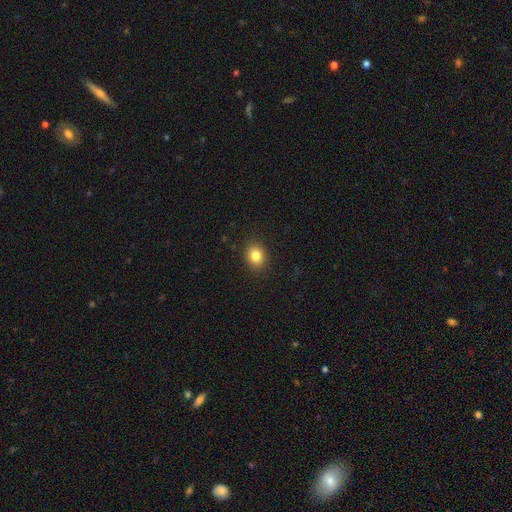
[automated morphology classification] Overall: smooth (83%). How rounded: round (53%; in between 46%). Merging: none (89%).